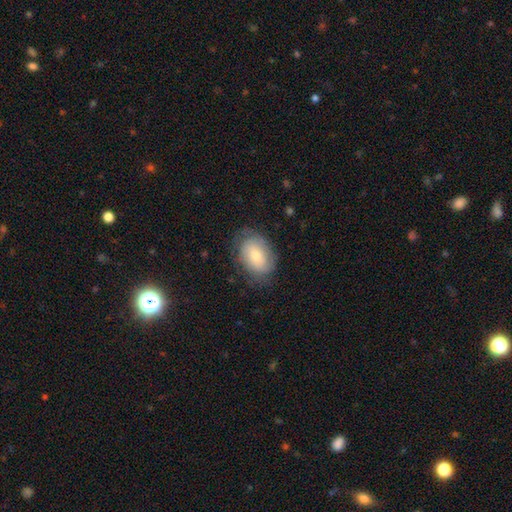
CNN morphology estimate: Smooth or featured? Predicted: smooth (p=0.59). How rounded? Predicted: in between (p=0.79). Merging? Predicted: none (p=0.71).